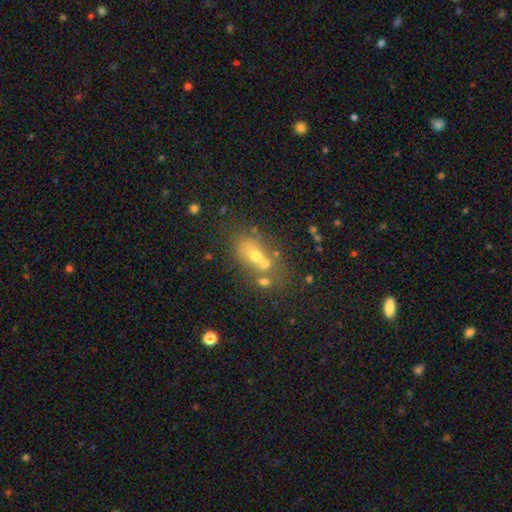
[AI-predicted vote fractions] Smooth or featured? Predicted: smooth (p=0.52). How rounded? Predicted: in between (p=0.65). Merging? Predicted: merger (p=0.43).